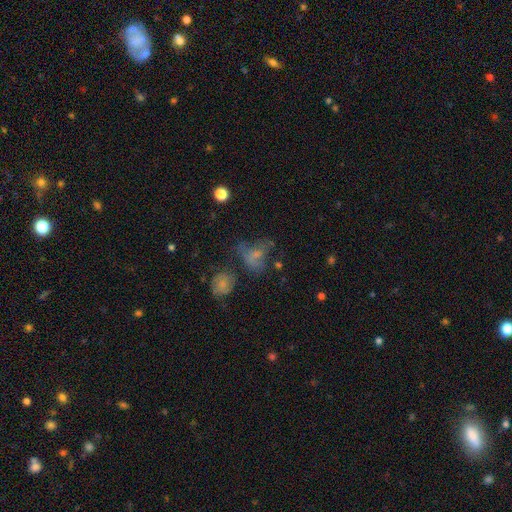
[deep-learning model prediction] The model was most divided on "merging": none: 35%, major disturbance: 28%, minor disturbance: 19%, merger: 18%. Remaining: smooth or featured — smooth (47%).